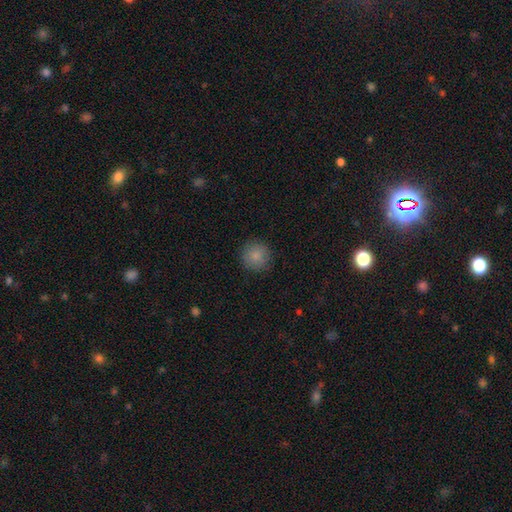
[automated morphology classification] Overall: smooth (85%). How rounded: round (95%). Merging: none (88%).